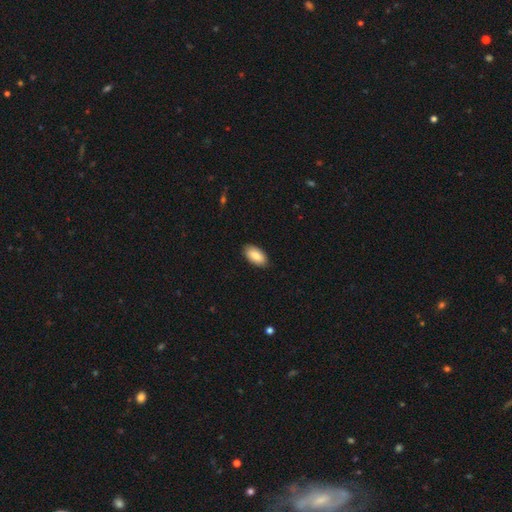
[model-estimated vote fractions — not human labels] Smooth or featured? smooth (85%)
How rounded? in between (94%)
Merging? none (87%)